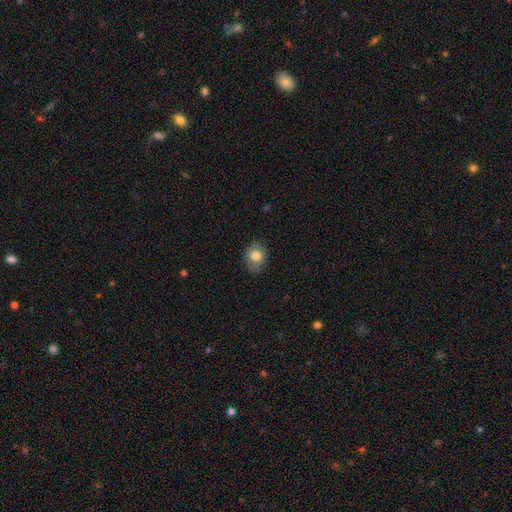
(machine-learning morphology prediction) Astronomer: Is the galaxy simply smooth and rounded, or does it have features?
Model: smooth — 79%.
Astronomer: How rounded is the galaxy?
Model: round — 51% (runner-up: in between, 47%).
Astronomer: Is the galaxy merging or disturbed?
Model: none — 80%.